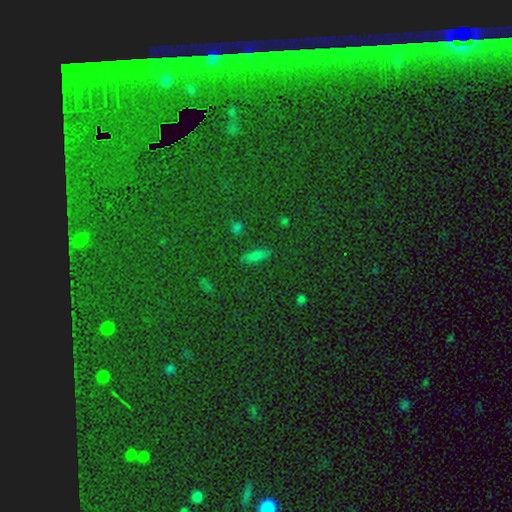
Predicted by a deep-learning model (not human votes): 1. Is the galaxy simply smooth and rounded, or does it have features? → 65% star or artifact, 22% smooth, 13% featured or disk.